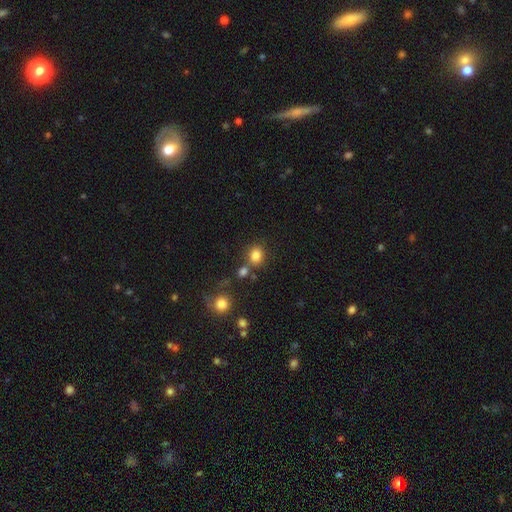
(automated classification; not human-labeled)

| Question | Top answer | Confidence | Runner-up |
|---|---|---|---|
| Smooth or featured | smooth | 82% | star or artifact (12%) |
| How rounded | round | 69% | in between (30%) |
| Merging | none | 70% | merger (15%) |